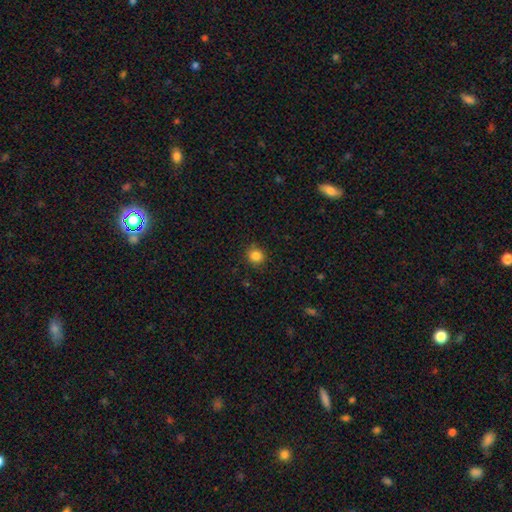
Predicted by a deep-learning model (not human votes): smooth_or_featured: smooth (p=0.84) [alt: star or artifact p=0.11]
how_rounded: round (p=0.89) [alt: in between p=0.10]
merging: none (p=0.89) [alt: minor disturbance p=0.08]